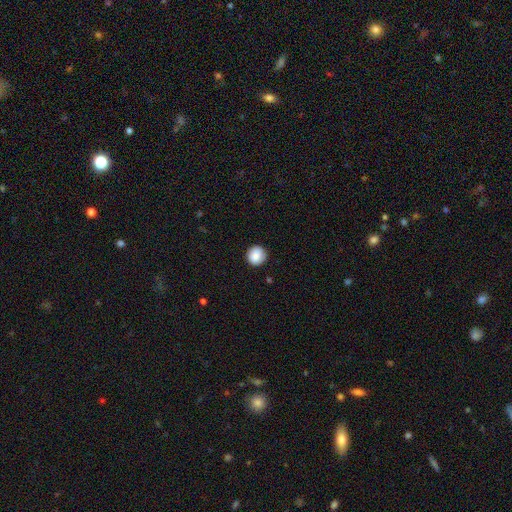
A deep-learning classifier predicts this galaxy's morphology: smooth_or_featured: smooth (p=0.88) [alt: star or artifact p=0.08]
how_rounded: round (p=0.94) [alt: in between p=0.05]
merging: none (p=0.90) [alt: minor disturbance p=0.07]